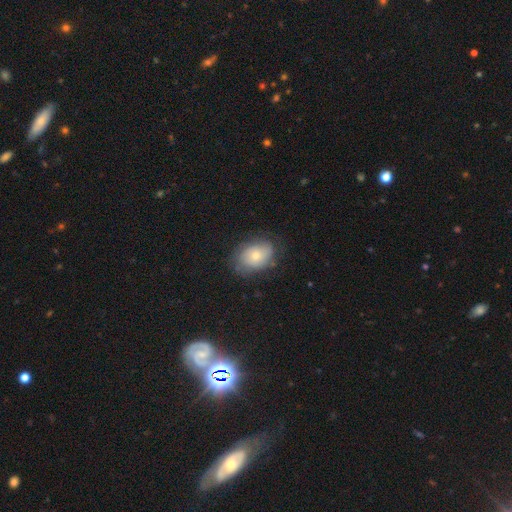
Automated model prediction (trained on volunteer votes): Smooth or featured?
  - smooth: 67% *
  - featured or disk: 25%
  - star or artifact: 8%
How rounded?
  - in between: 73% *
  - round: 26%
  - cigar-shaped: 1%
Merging?
  - none: 69% *
  - minor disturbance: 22%
  - major disturbance: 7%
  - merger: 1%